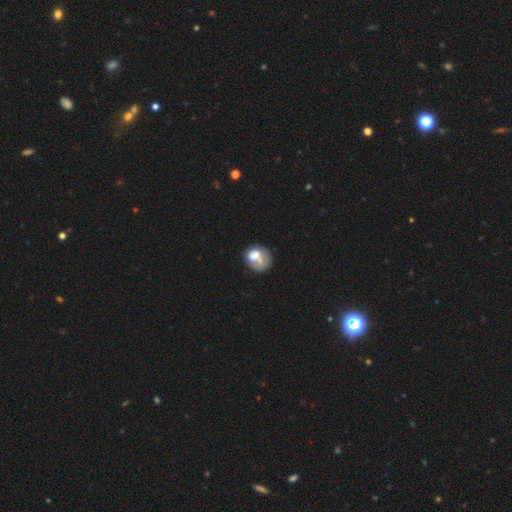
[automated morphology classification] The model was most divided on "merging": none: 41%, minor disturbance: 23%, major disturbance: 21%, merger: 15%. More confident: how rounded — round (67%); smooth or featured — smooth (57%).